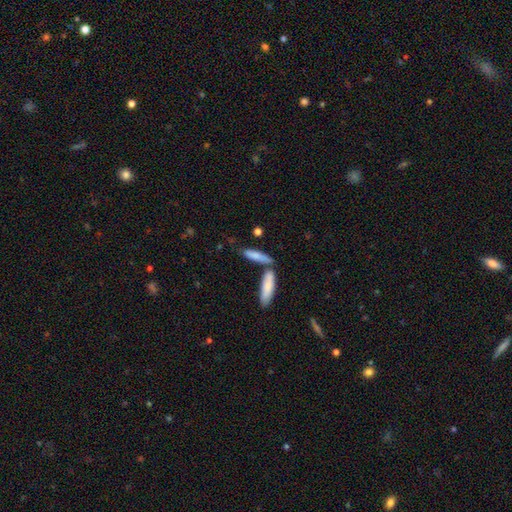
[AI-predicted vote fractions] Q: Smooth or featured?
A: smooth (75%); runner-up: featured or disk (18%)
Q: How rounded?
A: cigar-shaped (74%); runner-up: in between (24%)
Q: Merging?
A: none (57%); runner-up: merger (26%)